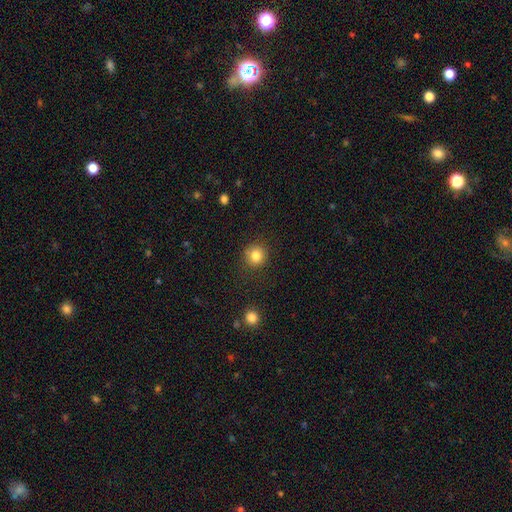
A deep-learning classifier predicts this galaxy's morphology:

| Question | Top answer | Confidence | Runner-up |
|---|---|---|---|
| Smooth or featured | smooth | 83% | star or artifact (11%) |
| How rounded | round | 91% | in between (8%) |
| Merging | none | 87% | minor disturbance (9%) |